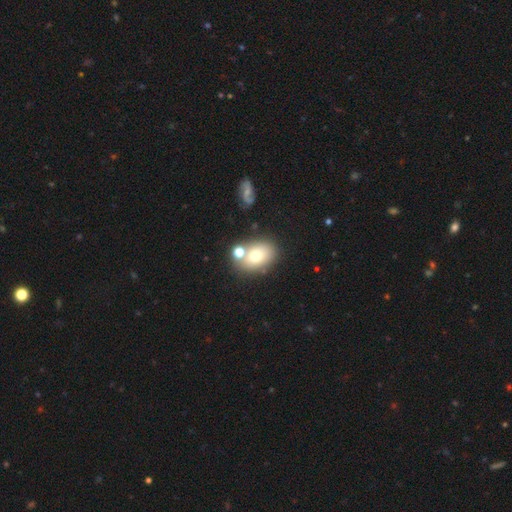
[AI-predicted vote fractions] Smooth or featured: smooth — 69% (featured or disk — 19%)
How rounded: in between — 69% (round — 30%)
Merging: none — 63% (merger — 21%)